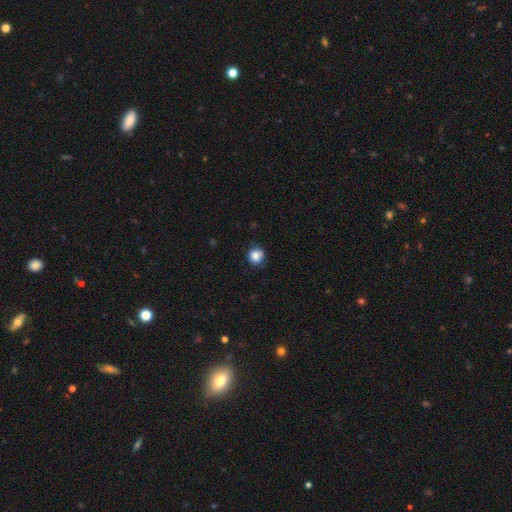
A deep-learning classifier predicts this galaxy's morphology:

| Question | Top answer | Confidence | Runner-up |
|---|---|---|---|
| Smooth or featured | smooth | 85% | star or artifact (10%) |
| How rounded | round | 90% | in between (9%) |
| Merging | none | 81% | minor disturbance (14%) |